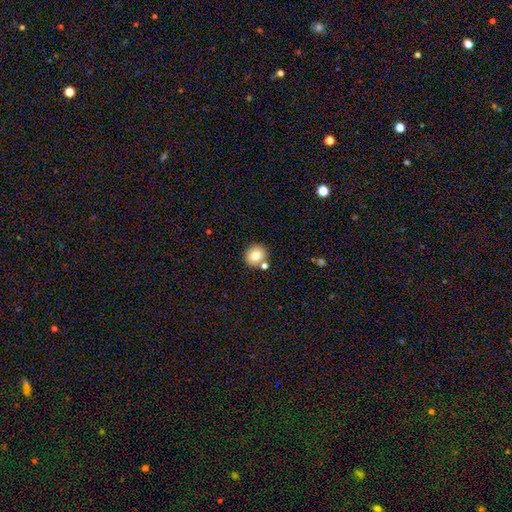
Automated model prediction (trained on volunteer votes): Morphology: type=smooth (79%); roundness=round (91%); merging=none (78%).